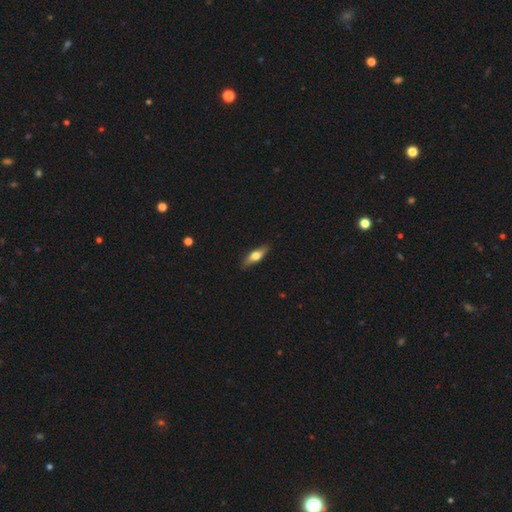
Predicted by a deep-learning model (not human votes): Overall: smooth (56%; featured or disk 39%). How rounded: in between (49%; cigar-shaped 48%). Merging: none (85%).